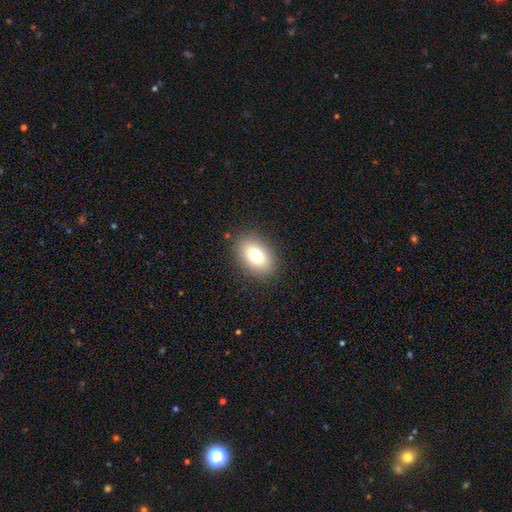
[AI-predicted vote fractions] Smooth or featured: smooth — 77% (featured or disk — 13%)
How rounded: in between — 84% (round — 15%)
Merging: none — 87% (minor disturbance — 9%)